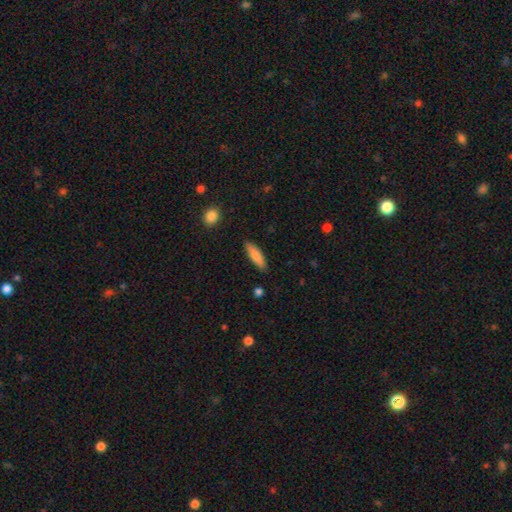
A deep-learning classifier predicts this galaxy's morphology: This appears to be a smooth galaxy with no disk features (80%) that is cigar-shaped (64%). Merging: none (87%).